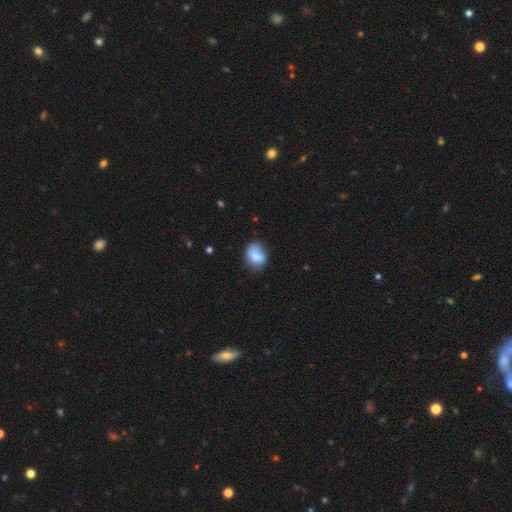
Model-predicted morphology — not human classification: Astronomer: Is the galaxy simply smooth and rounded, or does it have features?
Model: smooth — 75%.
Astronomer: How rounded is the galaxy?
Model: in between — 57% (runner-up: round, 42%).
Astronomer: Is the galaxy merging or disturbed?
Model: none — 55%.